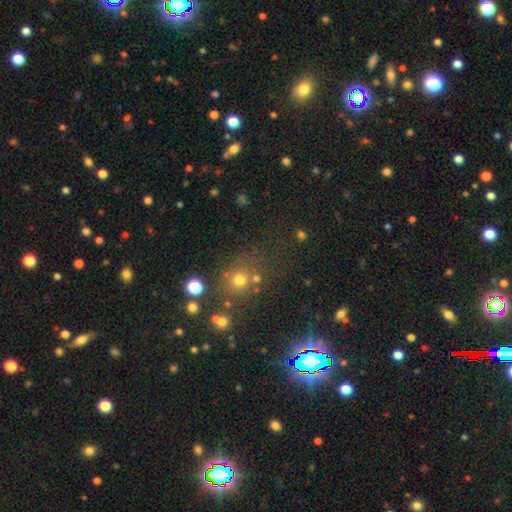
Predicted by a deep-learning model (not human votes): Smooth or featured? Predicted: star or artifact (p=0.58).